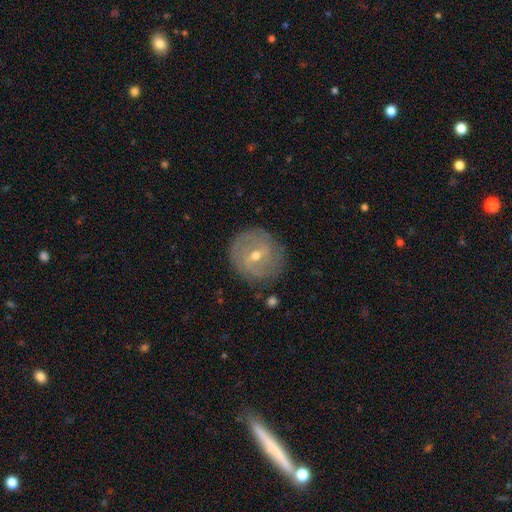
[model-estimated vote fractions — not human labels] Q: Smooth or featured?
A: featured or disk (71%); runner-up: smooth (21%)
Q: Edge-on disk?
A: no (96%); runner-up: yes (4%)
Q: Bar?
A: weak (57%); runner-up: no (23%)
Q: Spiral arms?
A: yes (77%); runner-up: no (23%)
Q: Spiral winding?
A: tight (62%); runner-up: medium (28%)
Q: Spiral arm count?
A: can't tell (42%); runner-up: 2 (36%)
Q: Bulge size?
A: moderate (52%); runner-up: small (45%)
Q: Merging?
A: none (81%); runner-up: minor disturbance (13%)